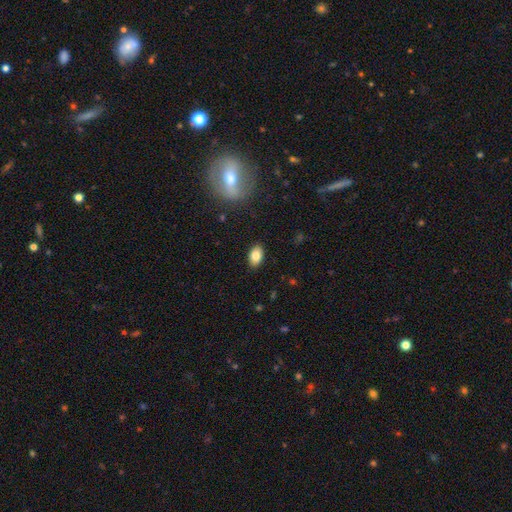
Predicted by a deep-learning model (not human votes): Q: Smooth or featured?
A: smooth (83%); runner-up: featured or disk (9%)
Q: How rounded?
A: in between (89%); runner-up: round (10%)
Q: Merging?
A: none (87%); runner-up: minor disturbance (9%)